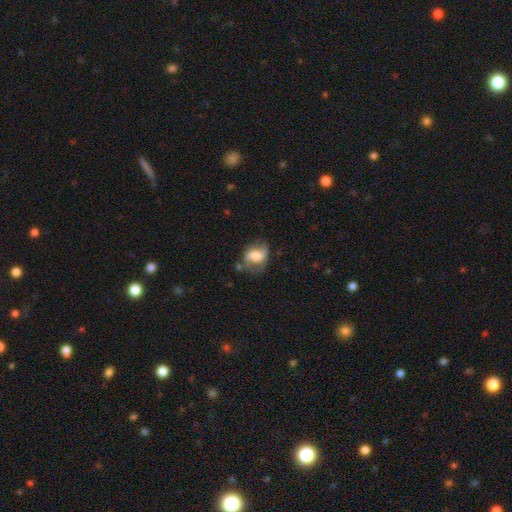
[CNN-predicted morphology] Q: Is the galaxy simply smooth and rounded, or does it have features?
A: featured or disk — 50%.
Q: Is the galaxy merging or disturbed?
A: none — 54%.